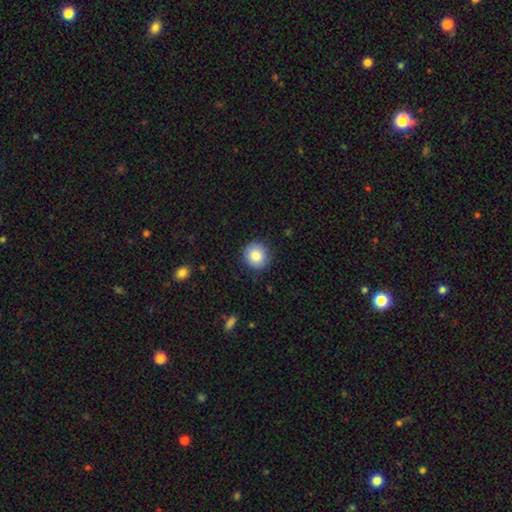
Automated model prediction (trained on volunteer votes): Q: Smooth or featured?
A: smooth (83%); runner-up: featured or disk (9%)
Q: How rounded?
A: round (89%); runner-up: in between (10%)
Q: Merging?
A: none (88%); runner-up: minor disturbance (9%)